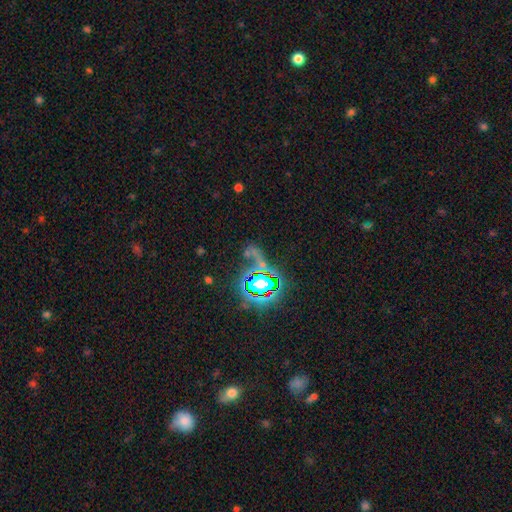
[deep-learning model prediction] A star or artifact, not a galaxy (65%).